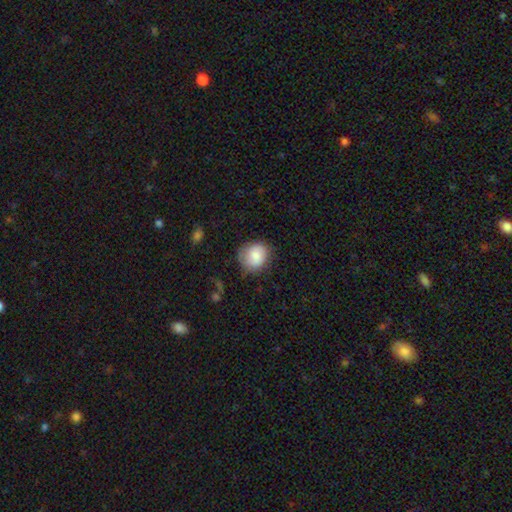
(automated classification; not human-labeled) Overall: smooth (80%). How rounded: round (77%). Merging: none (73%).